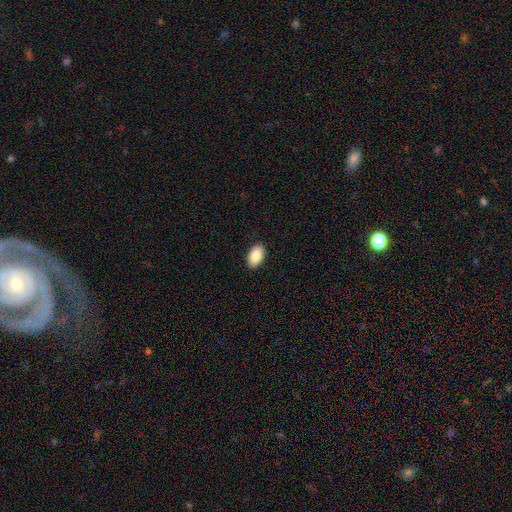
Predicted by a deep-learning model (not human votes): A smooth galaxy with no disk features (89%) that is in between round and cigar-shaped (94%).

Vote fractions:
- Smooth or featured? smooth: 89% / star or artifact: 7% / featured or disk: 4%
- How rounded? in between: 94% / round: 4% / cigar-shaped: 1%
- Merging? none: 91% / minor disturbance: 7% / major disturbance: 2% / merger: 1%